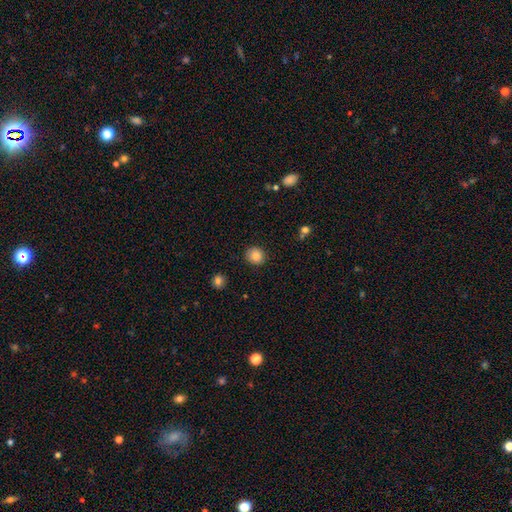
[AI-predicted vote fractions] A smooth galaxy with no disk features (84%) that is round (85%).

Vote fractions:
- Smooth or featured? smooth: 84% / star or artifact: 10% / featured or disk: 6%
- How rounded? round: 85% / in between: 14% / cigar-shaped: 1%
- Merging? none: 90% / minor disturbance: 7% / major disturbance: 2% / merger: 1%